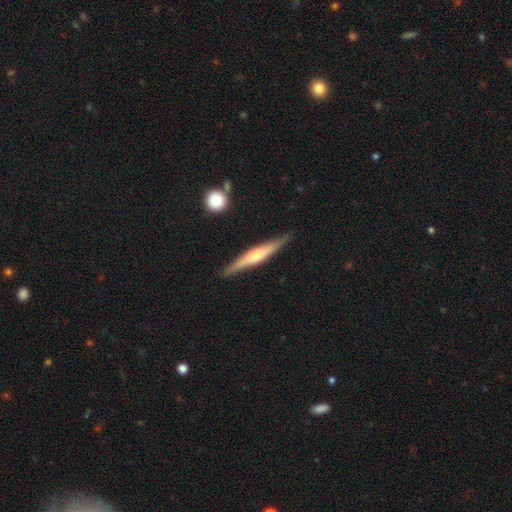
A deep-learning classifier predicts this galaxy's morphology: The model was most divided on "smooth or featured": featured or disk: 63%, smooth: 32%, star or artifact: 5%. More confident: edge-on disk — yes (97%); merging — none (88%); edge-on bulge — rounded (70%).